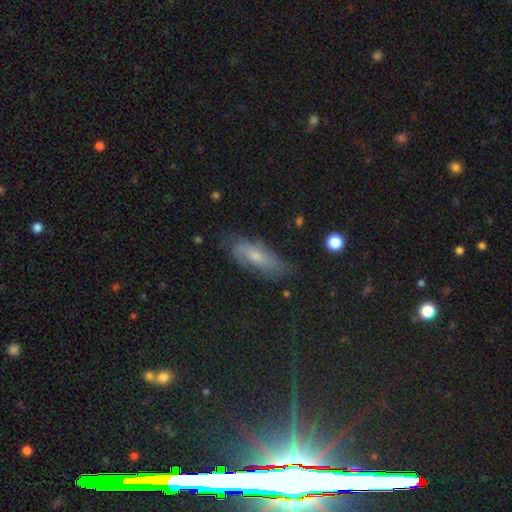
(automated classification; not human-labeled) Smooth or featured? smooth (48%)
Merging? none (66%)